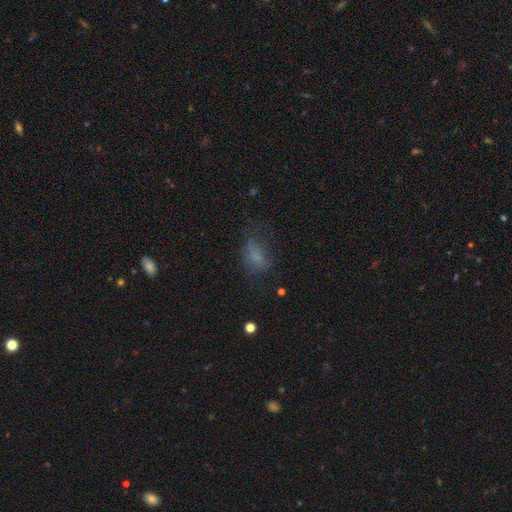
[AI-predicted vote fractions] This is likely a smooth galaxy (68%). How rounded: clearly in between (80%). Merging: possibly none (51%).